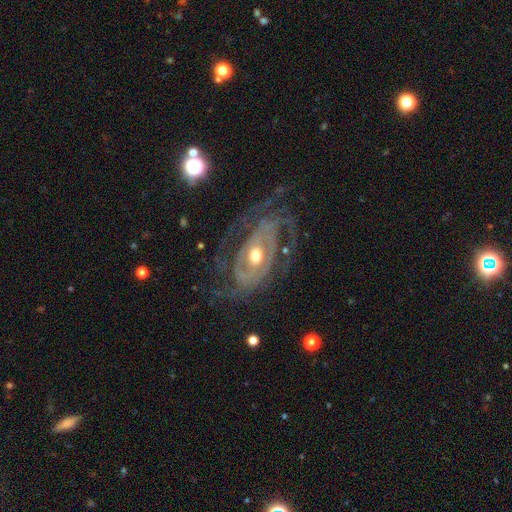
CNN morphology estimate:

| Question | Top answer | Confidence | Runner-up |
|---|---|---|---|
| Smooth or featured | featured or disk | 86% | smooth (9%) |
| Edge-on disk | no | 94% | yes (6%) |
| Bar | no | 68% | weak (22%) |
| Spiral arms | yes | 87% | no (13%) |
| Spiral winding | tight | 46% | medium (36%) |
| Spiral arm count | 2 | 34% | can't tell (27%) |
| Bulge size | moderate | 72% | small (18%) |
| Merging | none | 61% | major disturbance (19%) |